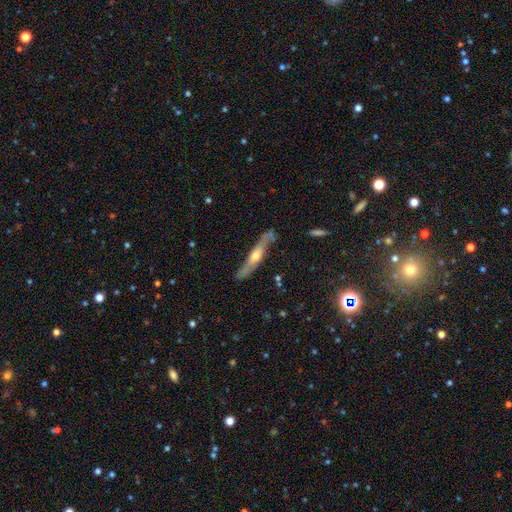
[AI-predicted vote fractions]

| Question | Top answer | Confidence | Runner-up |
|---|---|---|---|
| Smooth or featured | featured or disk | 63% | smooth (32%) |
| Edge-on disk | yes | 82% | no (18%) |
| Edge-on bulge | rounded | 86% | none (10%) |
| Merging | none | 76% | minor disturbance (17%) |